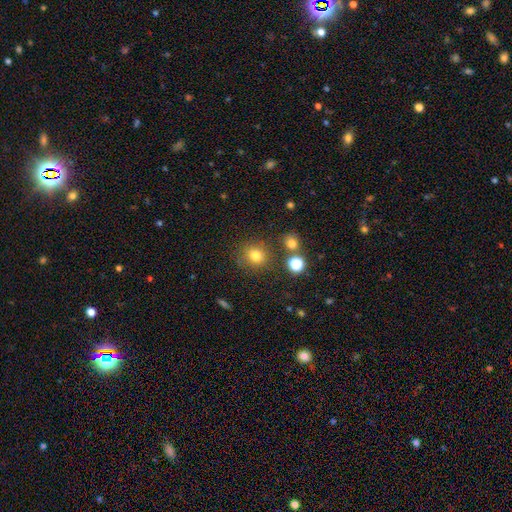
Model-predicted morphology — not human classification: smooth_or_featured: smooth (p=0.77) [alt: star or artifact p=0.16]
how_rounded: round (p=0.82) [alt: in between p=0.17]
merging: none (p=0.80) [alt: minor disturbance p=0.10]